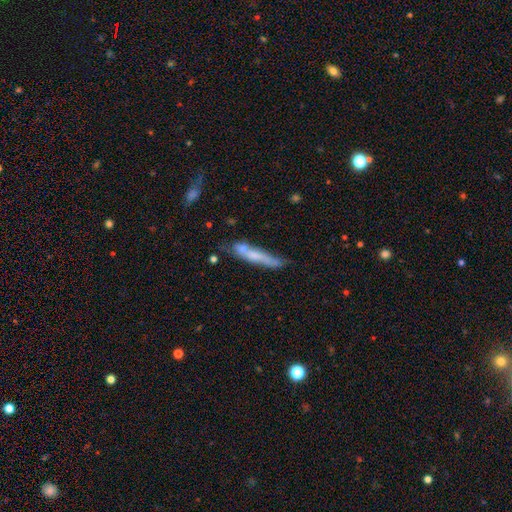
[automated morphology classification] smooth_or_featured: smooth (p=0.56) [alt: featured or disk p=0.37]
how_rounded: cigar-shaped (p=0.90) [alt: in between p=0.08]
merging: none (p=0.53) [alt: minor disturbance p=0.25]